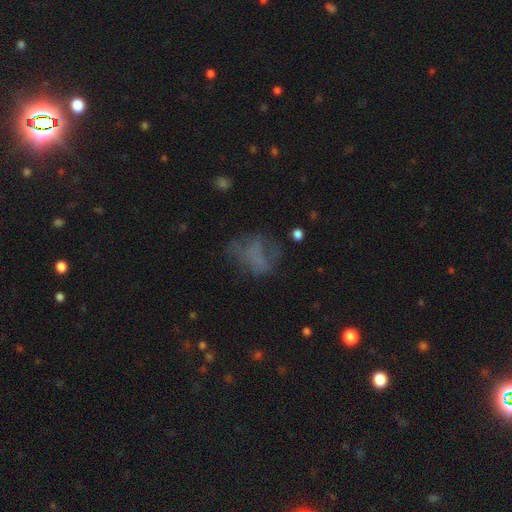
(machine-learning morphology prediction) smooth 45%, featured or disk 34%, star or artifact 21%. Down the decision tree: merging — none (45%).